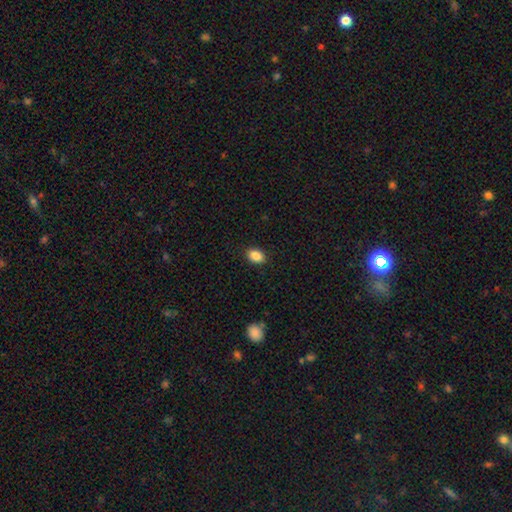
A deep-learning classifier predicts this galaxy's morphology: This appears to be a smooth galaxy with no disk features (87%) that is in between round and cigar-shaped (75%). Merging: none (89%).